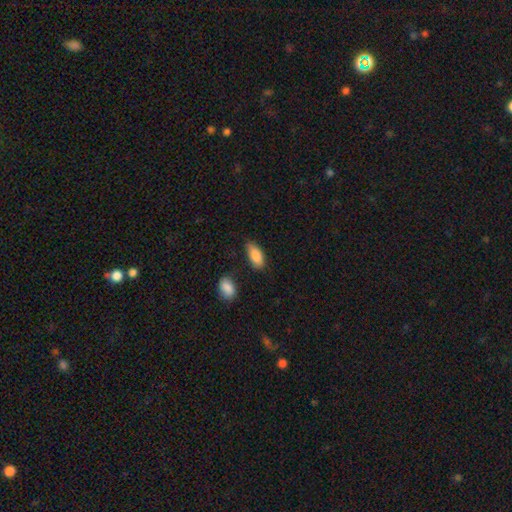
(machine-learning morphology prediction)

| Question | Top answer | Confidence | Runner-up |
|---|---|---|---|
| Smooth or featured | smooth | 87% | featured or disk (7%) |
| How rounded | in between | 89% | cigar-shaped (9%) |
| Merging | none | 69% | minor disturbance (23%) |